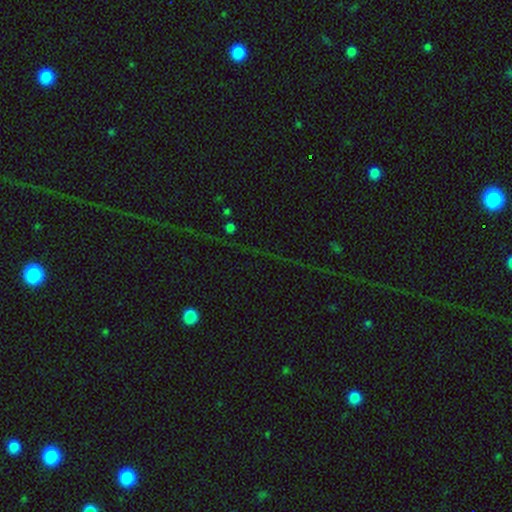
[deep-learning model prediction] Smooth or featured?
  - star or artifact: 71% *
  - smooth: 17%
  - featured or disk: 11%